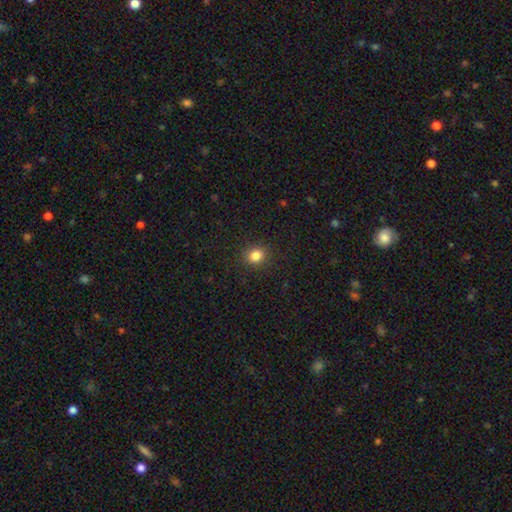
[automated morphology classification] type=smooth (84%); roundness=round (61%); merging=none (89%).